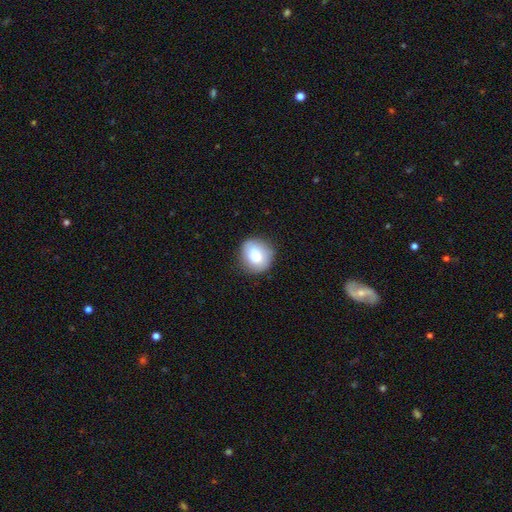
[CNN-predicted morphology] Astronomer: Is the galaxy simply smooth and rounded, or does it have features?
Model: smooth — 79%.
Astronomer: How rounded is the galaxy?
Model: round — 83%.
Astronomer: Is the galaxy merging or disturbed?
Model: none — 80%.